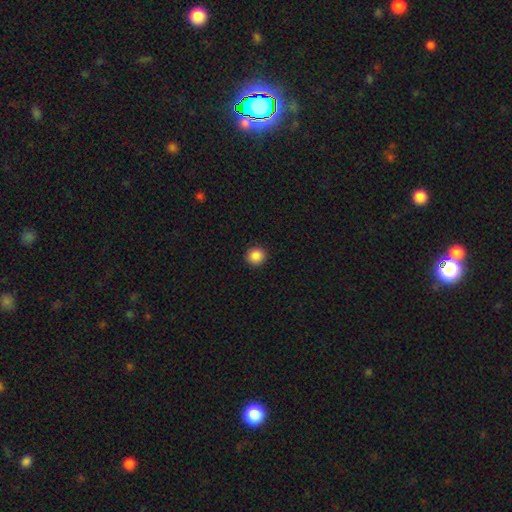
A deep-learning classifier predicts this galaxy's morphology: smooth-or-featured: smooth: 87% | star or artifact: 10% | featured or disk: 3%
  how-rounded: round: 92% | in between: 7% | cigar-shaped: 1%
  merging: none: 93% | minor disturbance: 5% | major disturbance: 2% | merger: 1%